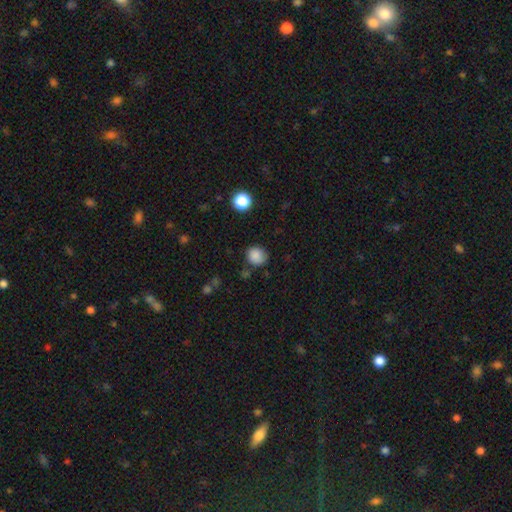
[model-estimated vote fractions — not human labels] The model was most divided on "how rounded": round: 81%, in between: 19%, cigar-shaped: 1%. More confident: smooth or featured — smooth (85%); merging — none (78%).